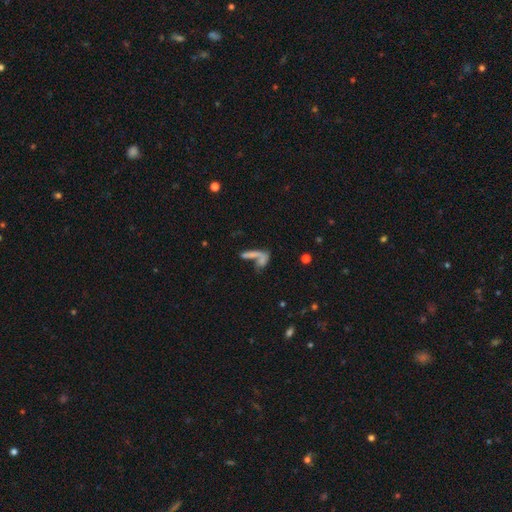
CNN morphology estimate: Smooth or featured? Predicted: smooth (p=0.55). How rounded? Predicted: cigar-shaped (p=0.62). Merging? Predicted: merger (p=0.47).